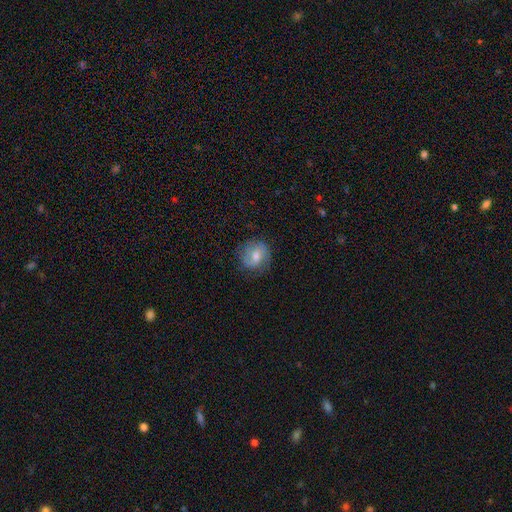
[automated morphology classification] A featured or disk galaxy (53%) with a weak bar (49%), spiral arms (80%) and a moderate central bulge (60%). Merging: none (77%).